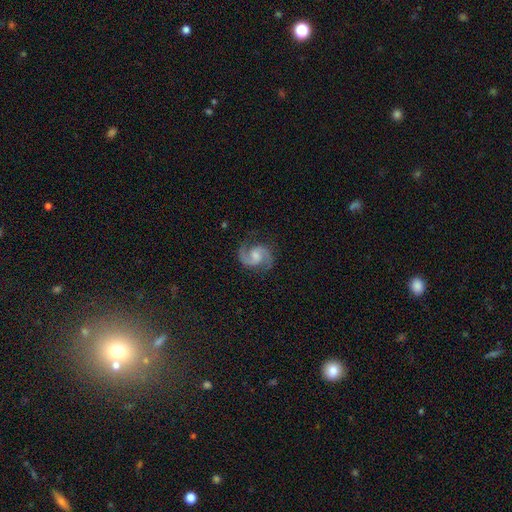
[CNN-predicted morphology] type=featured or disk (91%); edge-on=no (98%); bar=no (46%, tied with weak); spiral arms=yes (98%); winding=medium (62%); arm count=2 (94%); bulge=moderate (41%); merging=none (81%).